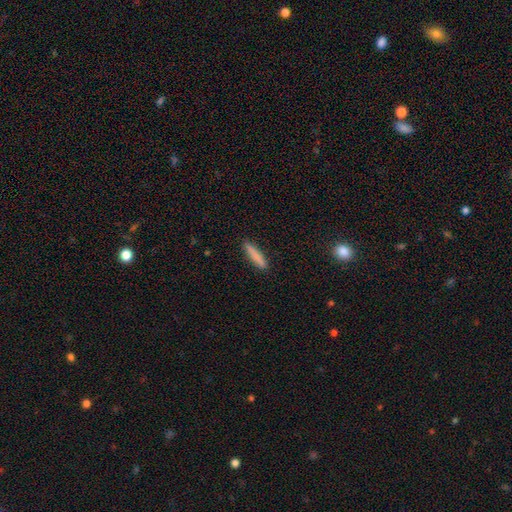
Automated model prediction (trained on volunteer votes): Morphology: type=smooth (83%); roundness=cigar-shaped (89%); merging=none (90%).